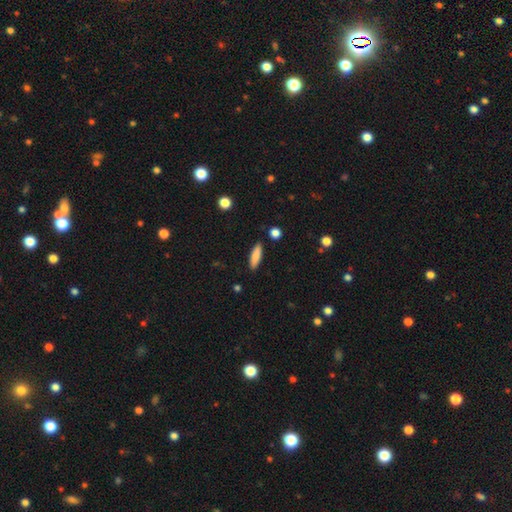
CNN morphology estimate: A smooth galaxy with no disk features (82%) that is cigar-shaped (59%).

Vote fractions:
- Smooth or featured? smooth: 82% / featured or disk: 11% / star or artifact: 7%
- How rounded? cigar-shaped: 59% / in between: 39% / round: 2%
- Merging? none: 88% / minor disturbance: 8% / major disturbance: 2% / merger: 2%